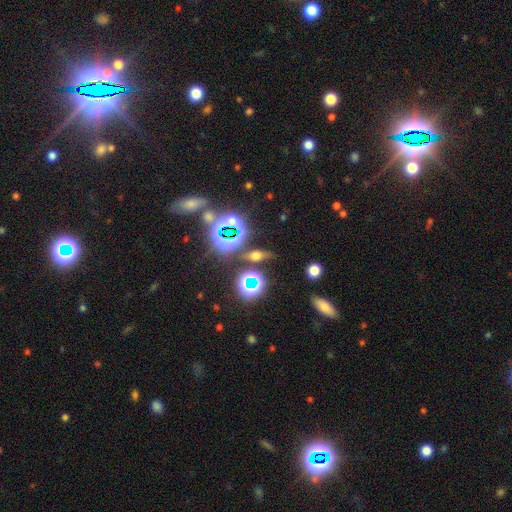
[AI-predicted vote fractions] This is marginally a star or artifact rather than a galaxy (41%).